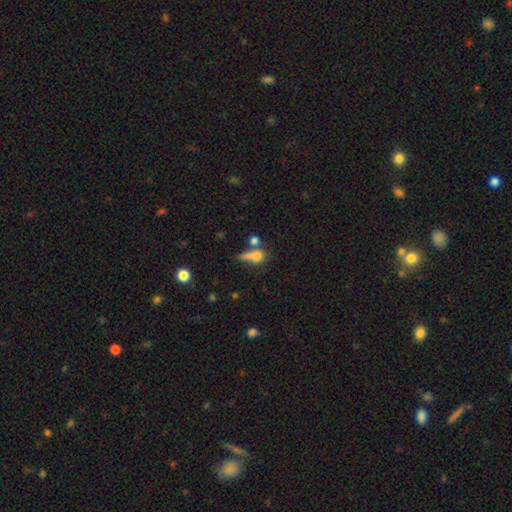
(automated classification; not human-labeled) smooth_or_featured: smooth (p=0.70) [alt: featured or disk p=0.18]
how_rounded: round (p=0.41) [alt: in between p=0.38]
merging: none (p=0.34) [tied with: merger p=0.34]